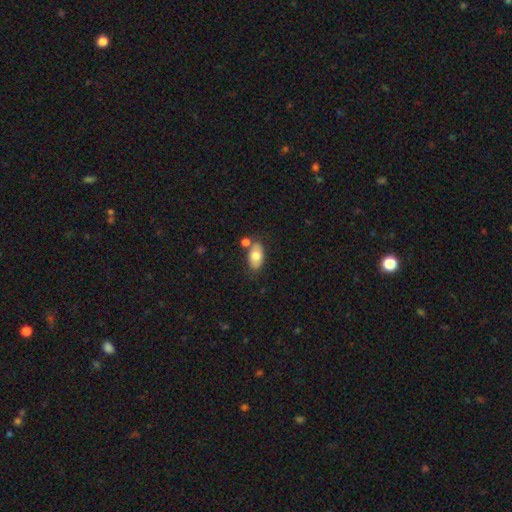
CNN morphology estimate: Smooth or featured?
  - smooth: 75% *
  - featured or disk: 18%
  - star or artifact: 7%
How rounded?
  - in between: 92% *
  - round: 6%
  - cigar-shaped: 2%
Merging?
  - none: 68% *
  - merger: 15%
  - minor disturbance: 13%
  - major disturbance: 3%